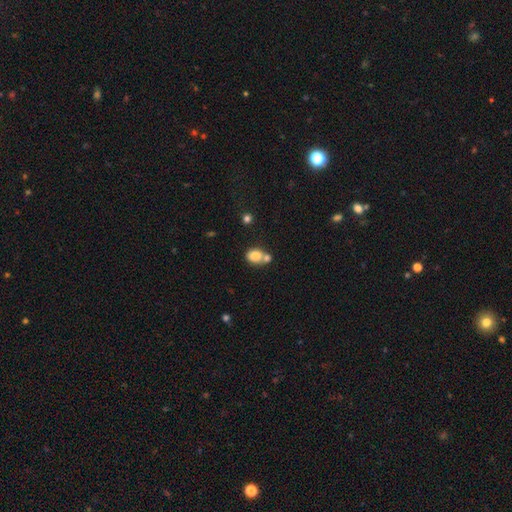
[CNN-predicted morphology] Overall: smooth (81%). How rounded: in between (57%; round 42%). Merging: merger (44%; none 40%).